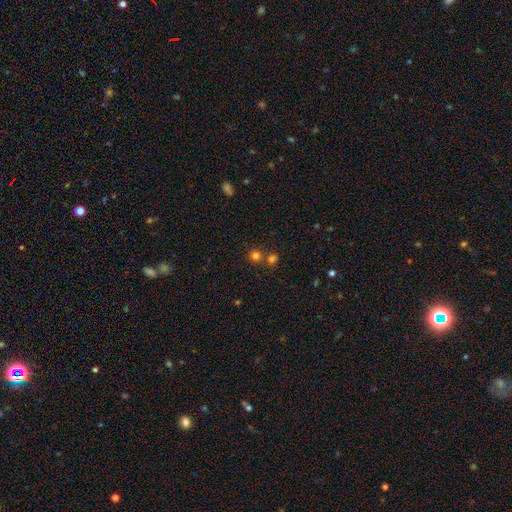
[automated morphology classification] Overall: smooth (75%). How rounded: round (90%). Merging: none (66%).